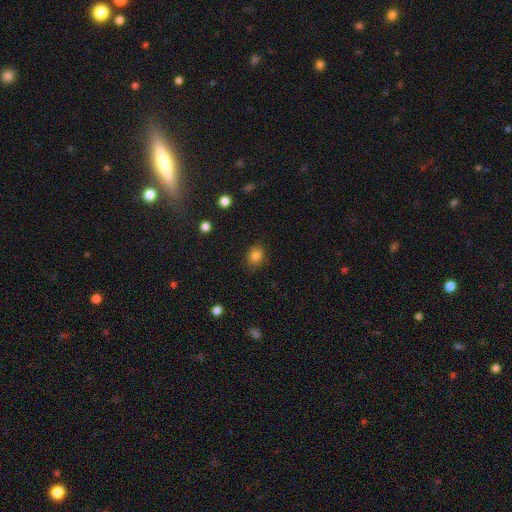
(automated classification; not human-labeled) A smooth galaxy with no disk features (83%) that is round (57%).

Vote fractions:
- Smooth or featured? smooth: 83% / star or artifact: 12% / featured or disk: 6%
- How rounded? round: 57% / in between: 42% / cigar-shaped: 1%
- Merging? none: 83% / minor disturbance: 13% / major disturbance: 3% / merger: 1%